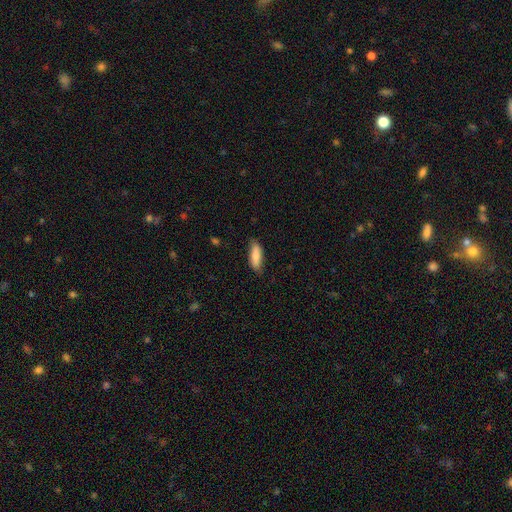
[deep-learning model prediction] smooth_or_featured: smooth (p=0.85) [alt: featured or disk p=0.10]
how_rounded: in between (p=0.59) [alt: cigar-shaped p=0.39]
merging: none (p=0.77) [alt: minor disturbance p=0.19]